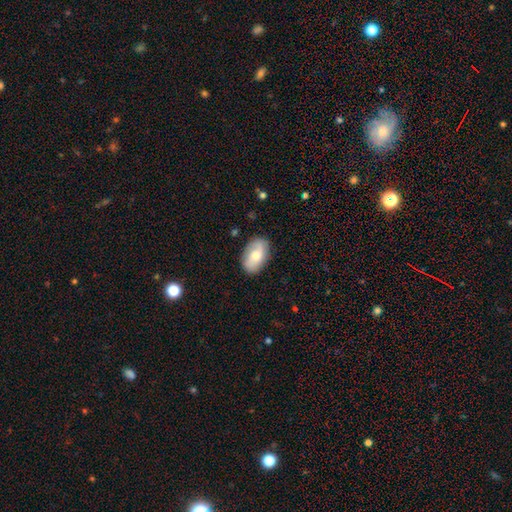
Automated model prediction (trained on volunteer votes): Smooth or featured? Predicted: smooth (p=0.61). How rounded? Predicted: in between (p=0.91). Merging? Predicted: none (p=0.83).